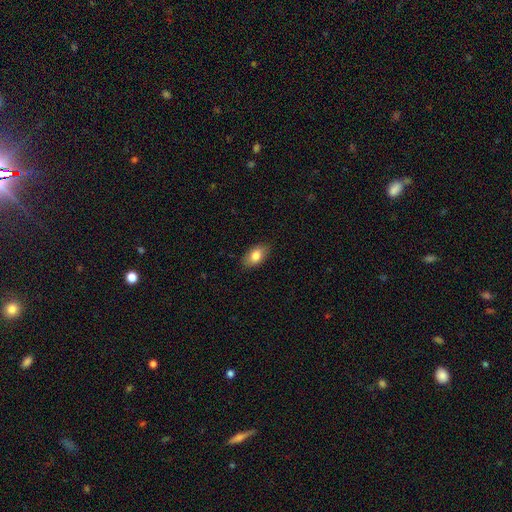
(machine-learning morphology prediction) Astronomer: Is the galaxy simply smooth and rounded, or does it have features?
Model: smooth — 82%.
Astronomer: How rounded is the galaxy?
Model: in between — 91%.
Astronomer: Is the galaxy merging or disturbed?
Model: none — 86%.